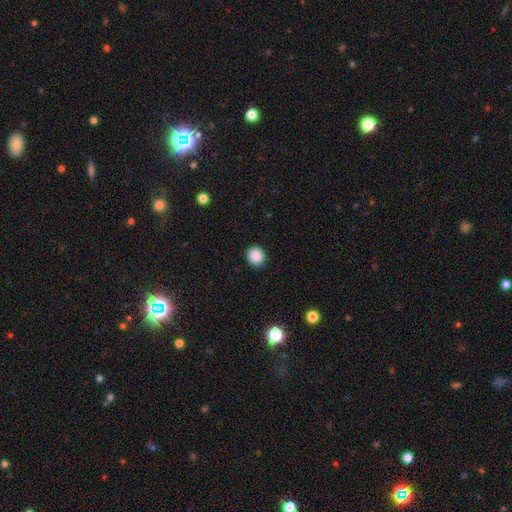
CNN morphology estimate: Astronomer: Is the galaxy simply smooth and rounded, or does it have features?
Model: smooth — 88%.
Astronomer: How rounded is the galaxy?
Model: round — 85%.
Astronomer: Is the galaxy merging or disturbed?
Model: none — 90%.